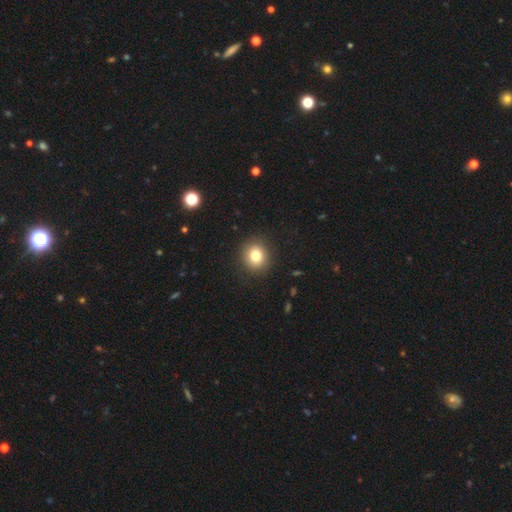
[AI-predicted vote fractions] Smooth or featured? smooth (80%)
How rounded? round (86%)
Merging? none (91%)